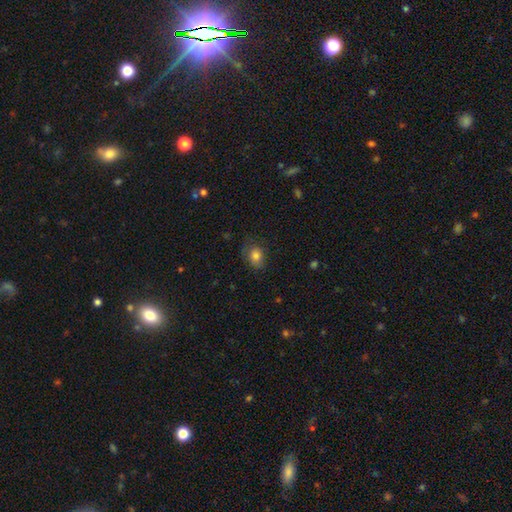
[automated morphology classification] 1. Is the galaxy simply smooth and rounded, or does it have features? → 81% smooth, 10% star or artifact, 9% featured or disk.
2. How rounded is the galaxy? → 50% in between, 49% round, 1% cigar-shaped.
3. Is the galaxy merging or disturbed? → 68% none, 23% minor disturbance, 8% major disturbance, 1% merger.